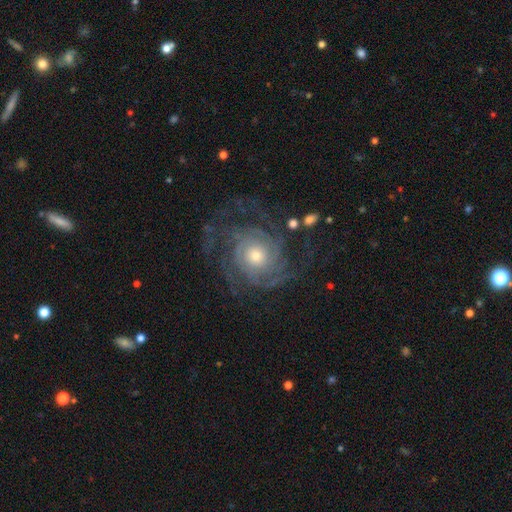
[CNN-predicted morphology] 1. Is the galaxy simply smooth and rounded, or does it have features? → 87% featured or disk, 7% smooth, 6% star or artifact.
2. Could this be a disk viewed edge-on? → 97% no, 3% yes.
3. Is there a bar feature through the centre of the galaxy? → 81% no, 15% weak, 4% strong.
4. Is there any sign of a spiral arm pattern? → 96% yes, 4% no.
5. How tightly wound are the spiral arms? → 68% tight, 25% medium, 7% loose.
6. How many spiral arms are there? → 28% can't tell, 21% 4, 19% 3, 14% 2, 10% more than 4, 7% 1.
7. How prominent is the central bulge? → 47% moderate, 44% small, 7% large, 1% none, 1% dominant.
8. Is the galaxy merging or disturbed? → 69% none, 14% minor disturbance, 14% major disturbance, 2% merger.